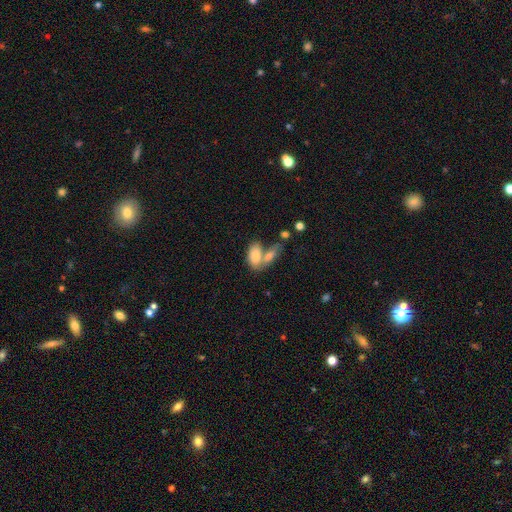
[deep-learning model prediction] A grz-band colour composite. It shows a smooth galaxy with no disk features (81%) that is in between round and cigar-shaped (91%). Merging: merger (59%).